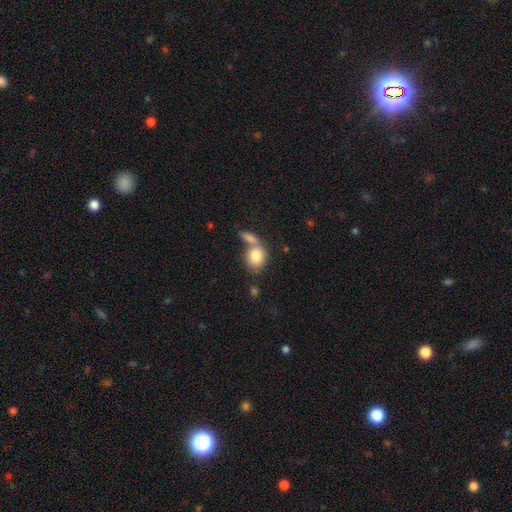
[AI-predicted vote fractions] smooth 82%, featured or disk 11%, star or artifact 7%. Down the decision tree: how rounded — round (59%); merging — none (42%, tied with merger).